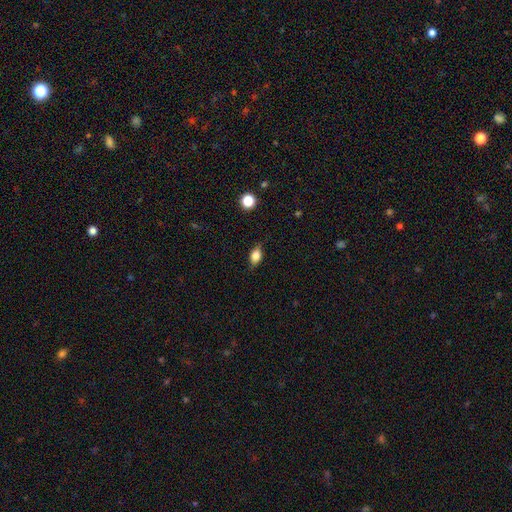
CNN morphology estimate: A smooth galaxy with no disk features (74%) that is in between round and cigar-shaped (77%). Merging: none (76%).